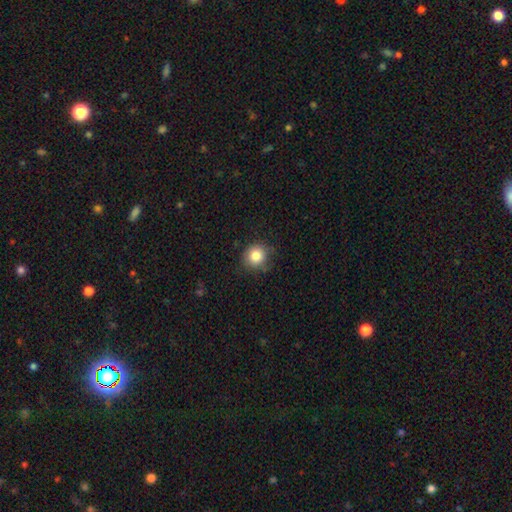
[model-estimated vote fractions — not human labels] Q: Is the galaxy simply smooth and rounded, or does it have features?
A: smooth — 83%.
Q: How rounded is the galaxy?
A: round — 88%.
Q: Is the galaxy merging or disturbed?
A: none — 77%.